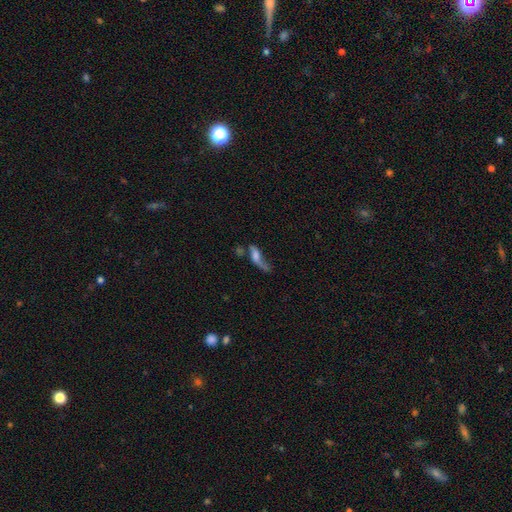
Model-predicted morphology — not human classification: smooth-or-featured: smooth: 45% | featured or disk: 42% | star or artifact: 13%
  merging: major disturbance: 34% | none: 26% | merger: 21% | minor disturbance: 19%